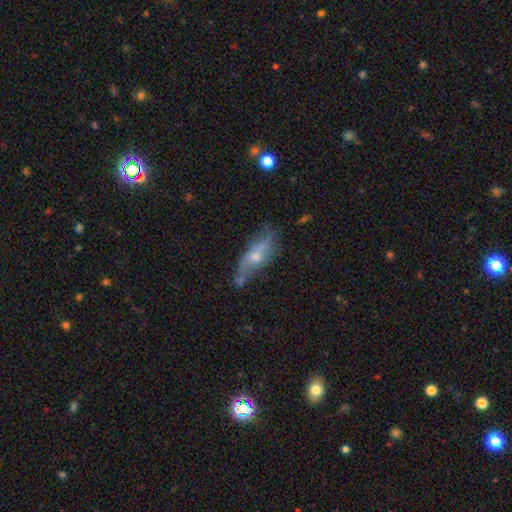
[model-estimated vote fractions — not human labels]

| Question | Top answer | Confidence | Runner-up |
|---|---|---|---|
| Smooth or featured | featured or disk | 63% | smooth (28%) |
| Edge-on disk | no | 70% | yes (30%) |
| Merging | none | 49% | minor disturbance (27%) |